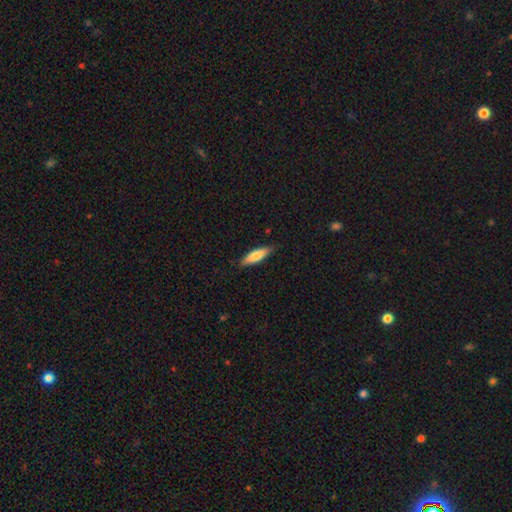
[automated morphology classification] A smooth galaxy with no disk features (73%) that is cigar-shaped (62%). Merging: none (85%).